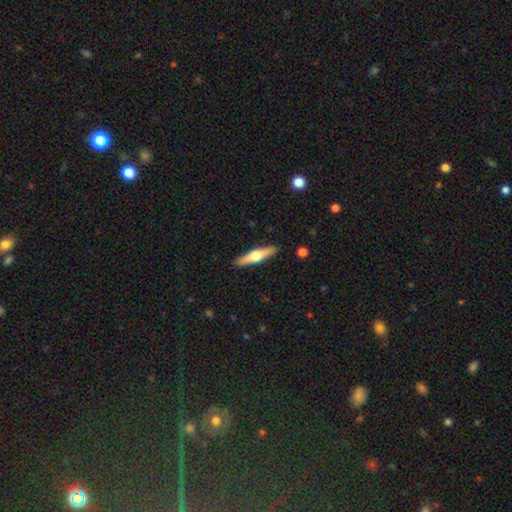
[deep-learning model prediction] The model was most divided on "smooth or featured": featured or disk: 58%, smooth: 37%, star or artifact: 5%. More confident: edge-on disk — yes (96%); edge-on bulge — rounded (93%); merging — none (91%).